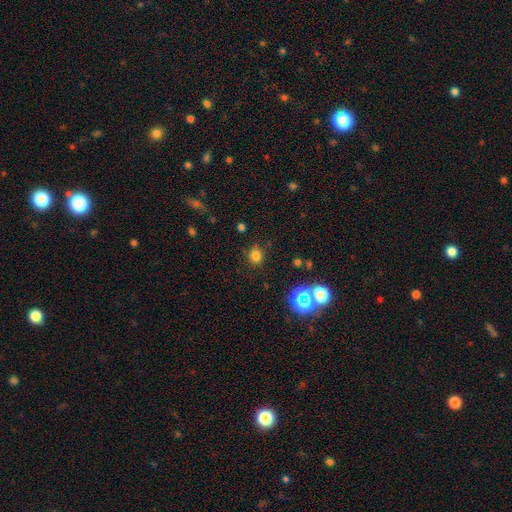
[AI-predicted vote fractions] This is likely a smooth galaxy (75%). How rounded: likely round (77%). Merging: clearly none (82%).